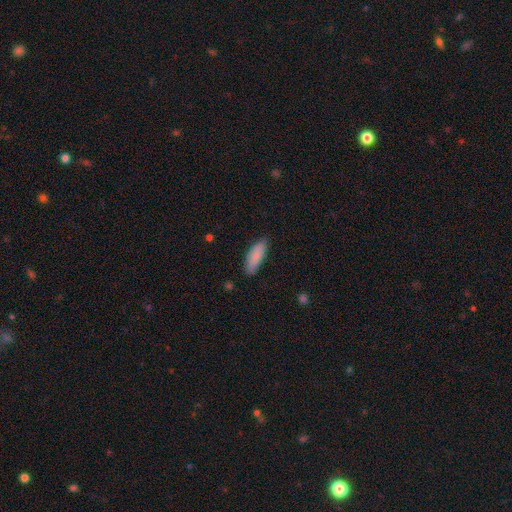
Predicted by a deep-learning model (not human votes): A smooth galaxy with no disk features (86%) that is in between round and cigar-shaped (63%). Merging: none (81%).